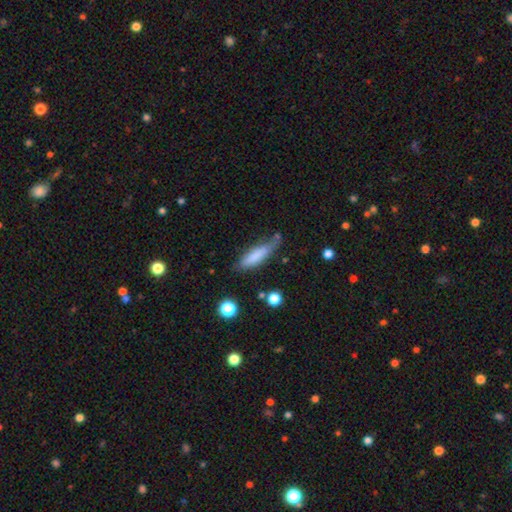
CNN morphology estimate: smooth_or_featured: smooth (p=0.76) [alt: featured or disk p=0.17]
how_rounded: cigar-shaped (p=0.67) [alt: in between p=0.31]
merging: none (p=0.54) [alt: minor disturbance p=0.31]